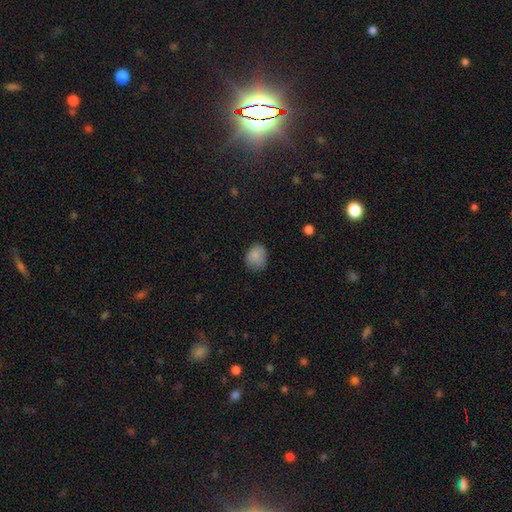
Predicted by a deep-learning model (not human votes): This appears to be a smooth galaxy with no disk features (83%) that is round (50%). Merging: none (65%).